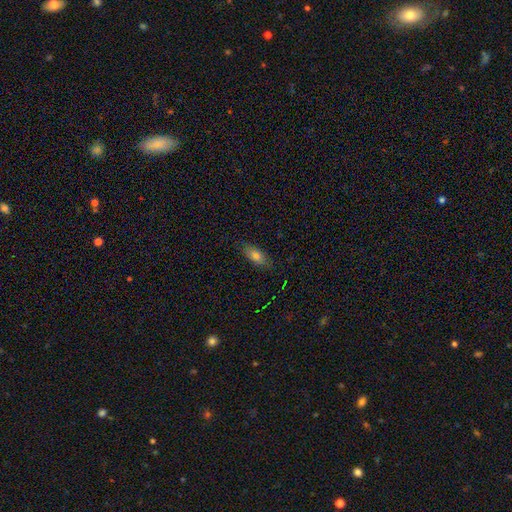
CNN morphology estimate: Overall: smooth (76%). How rounded: in between (80%). Merging: none (83%).